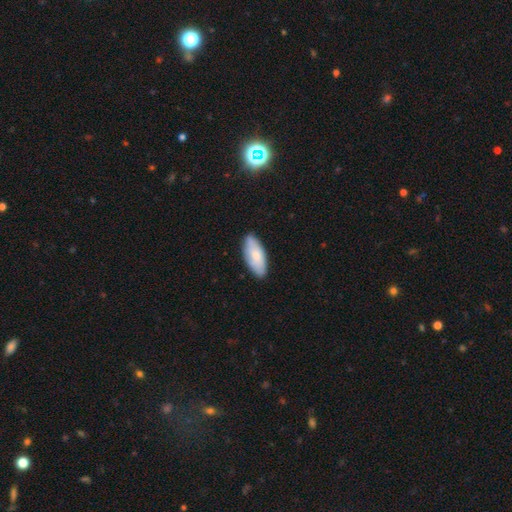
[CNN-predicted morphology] Overall: smooth (74%). How rounded: in between (87%). Merging: none (83%).